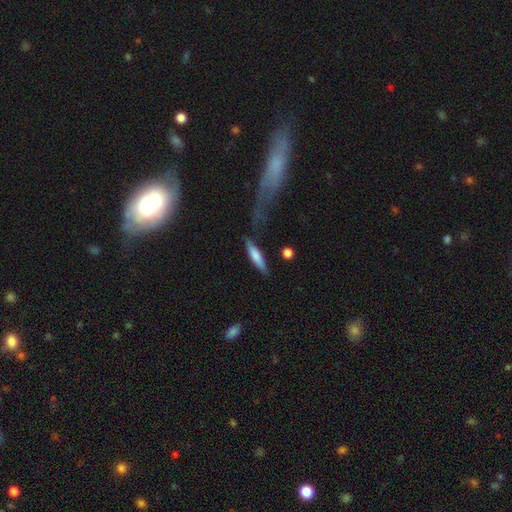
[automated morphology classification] Smooth or featured?
  - smooth: 72% *
  - featured or disk: 22%
  - star or artifact: 6%
How rounded?
  - cigar-shaped: 77% *
  - in between: 21%
  - round: 2%
Merging?
  - none: 70% *
  - minor disturbance: 17%
  - major disturbance: 7%
  - merger: 6%